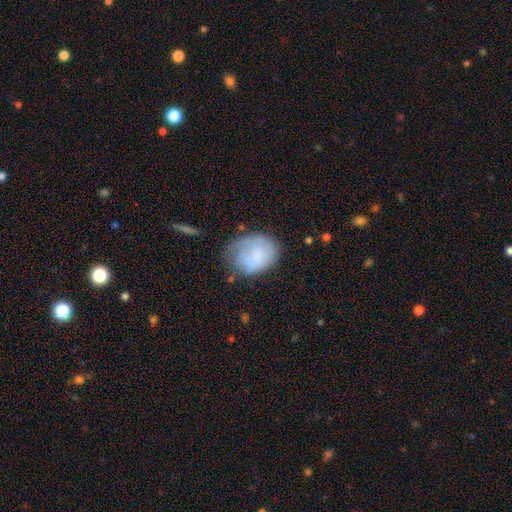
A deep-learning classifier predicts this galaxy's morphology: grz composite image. It shows a smooth galaxy with no disk features (70%) that is in between round and cigar-shaped (55%). Merging: none (44%).